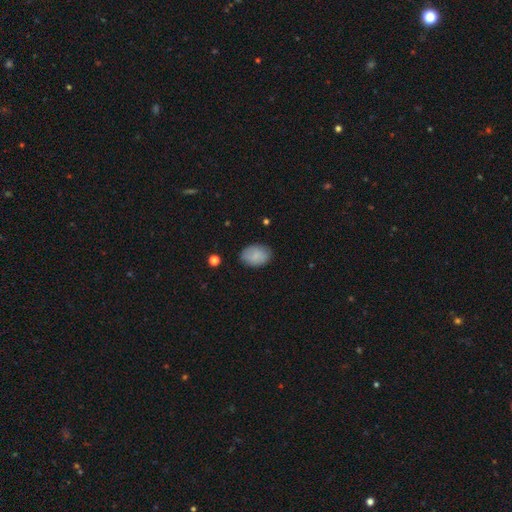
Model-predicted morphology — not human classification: This is clearly a smooth galaxy (83%). How rounded: clearly in between (82%). Merging: clearly none (80%).